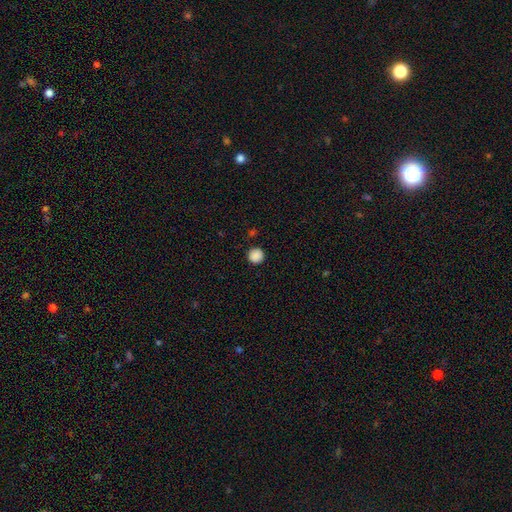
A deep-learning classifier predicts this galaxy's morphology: Smooth or featured? Predicted: smooth (p=0.88). How rounded? Predicted: round (p=0.95). Merging? Predicted: none (p=0.91).